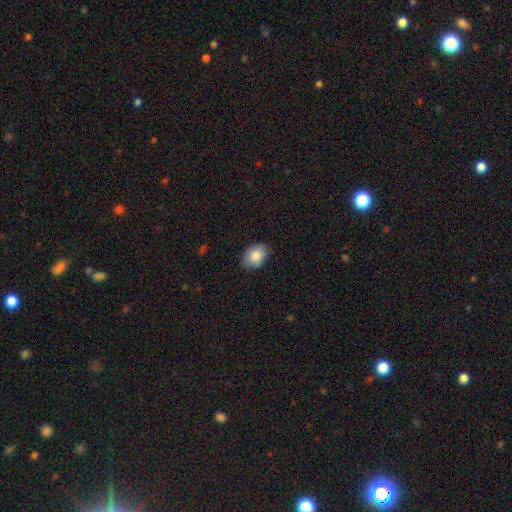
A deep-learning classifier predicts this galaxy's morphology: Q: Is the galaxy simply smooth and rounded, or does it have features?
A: smooth — 84%.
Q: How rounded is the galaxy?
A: in between — 79%.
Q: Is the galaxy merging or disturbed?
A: none — 79%.